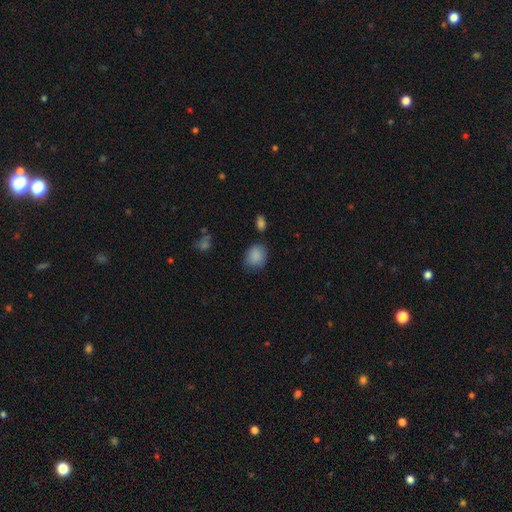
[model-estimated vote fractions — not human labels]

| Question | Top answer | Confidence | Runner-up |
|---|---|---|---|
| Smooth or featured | smooth | 87% | star or artifact (9%) |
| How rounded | round | 59% | in between (40%) |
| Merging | none | 73% | minor disturbance (18%) |